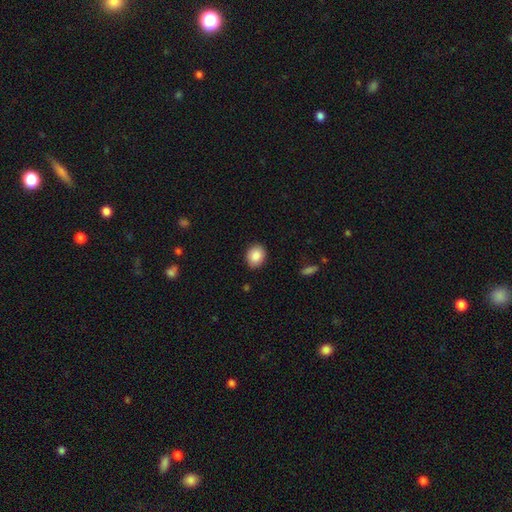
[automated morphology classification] This appears to be a smooth galaxy with no disk features (87%) that is in between round and cigar-shaped (50%). Merging: none (88%).